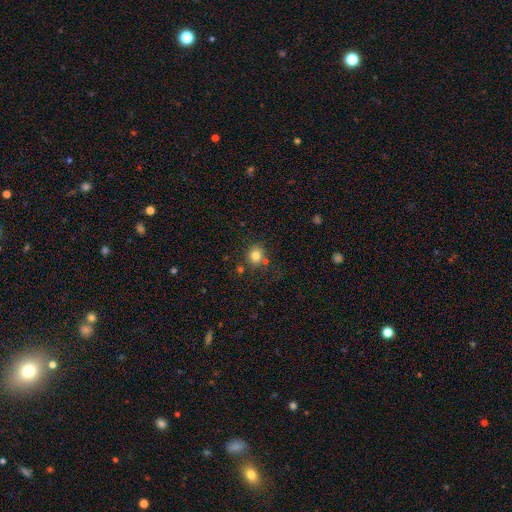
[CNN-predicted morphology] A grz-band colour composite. It shows a smooth galaxy with no disk features (80%) that is round (81%). Merging: none (75%).